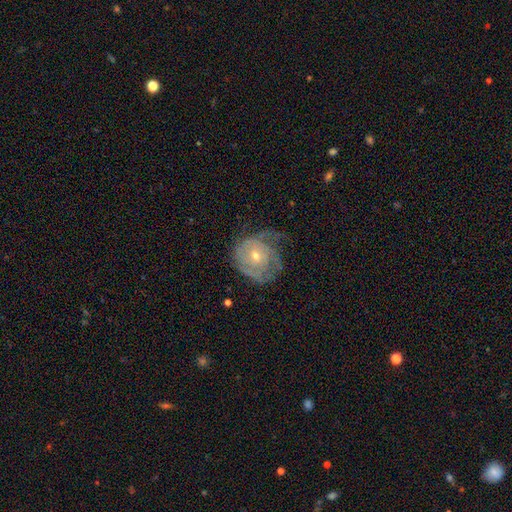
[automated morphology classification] A featured or disk galaxy (73%) with no bar (79%), tight (64%) spiral arms (84%) and a small central bulge (56%).

Vote fractions:
- Smooth or featured? featured or disk: 73% / smooth: 20% / star or artifact: 8%
- Edge-on disk? no: 97% / yes: 3%
- Bar? no: 79% / weak: 18% / strong: 3%
- Spiral arms? yes: 84% / no: 16%
- Spiral winding? tight: 64% / medium: 25% / loose: 11%
- Spiral arm count? can't tell: 44% / 2: 21% / 3: 14% / 1: 11% / 4: 6% / more than 4: 4%
- Bulge size? small: 56% / moderate: 41% / large: 1% / none: 1% / dominant: 1%
- Merging? none: 50% / minor disturbance: 26% / major disturbance: 22% / merger: 2%